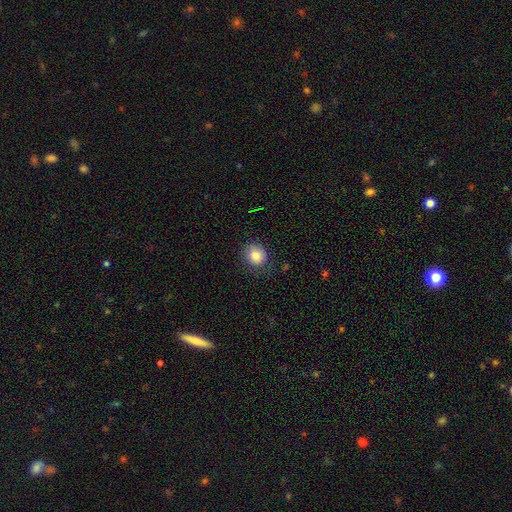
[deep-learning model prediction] This is clearly a smooth galaxy (85%). How rounded: likely round (77%). Merging: likely none (77%).